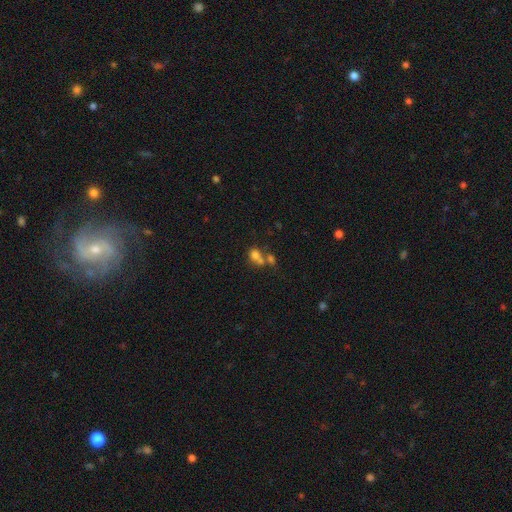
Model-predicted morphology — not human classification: smooth-or-featured: smooth: 69% | featured or disk: 16% | star or artifact: 14%
  how-rounded: round: 55% | in between: 43% | cigar-shaped: 2%
  merging: merger: 57% | none: 29% | minor disturbance: 8% | major disturbance: 6%